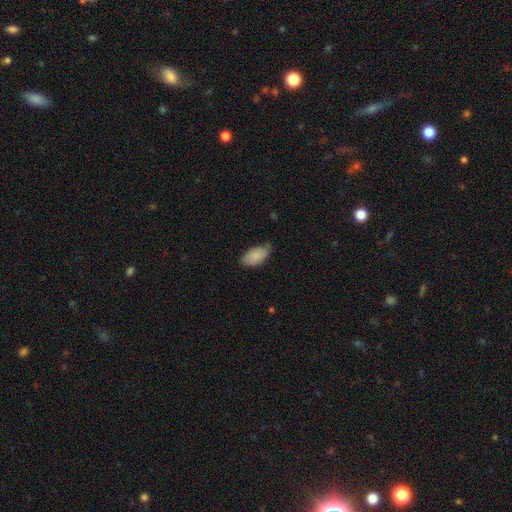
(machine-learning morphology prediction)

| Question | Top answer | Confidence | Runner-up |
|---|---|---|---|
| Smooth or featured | smooth | 86% | featured or disk (8%) |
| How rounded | in between | 94% | cigar-shaped (3%) |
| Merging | none | 71% | minor disturbance (24%) |